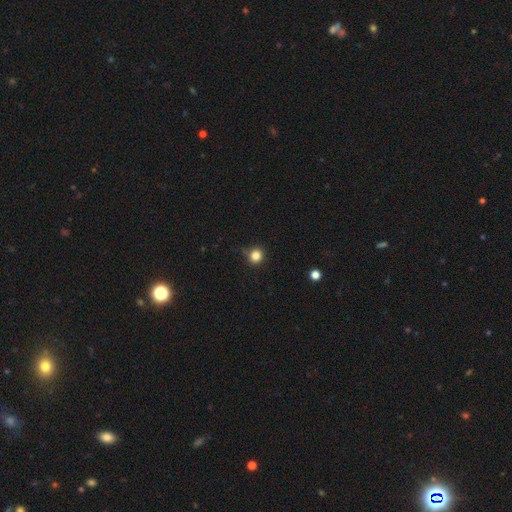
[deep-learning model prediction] smooth-or-featured: smooth: 83% | star or artifact: 13% | featured or disk: 4%
  how-rounded: round: 92% | in between: 7% | cigar-shaped: 1%
  merging: none: 82% | minor disturbance: 13% | major disturbance: 3% | merger: 2%